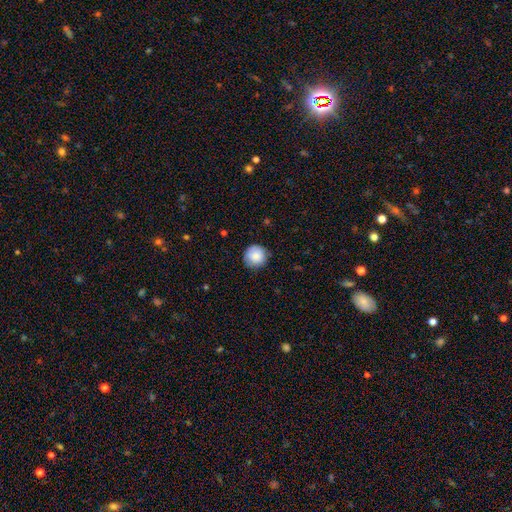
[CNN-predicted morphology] A smooth galaxy with no disk features (85%) that is round (95%).

Vote fractions:
- Smooth or featured? smooth: 85% / star or artifact: 8% / featured or disk: 7%
- How rounded? round: 95% / in between: 4% / cigar-shaped: 1%
- Merging? none: 85% / minor disturbance: 12% / major disturbance: 2% / merger: 1%